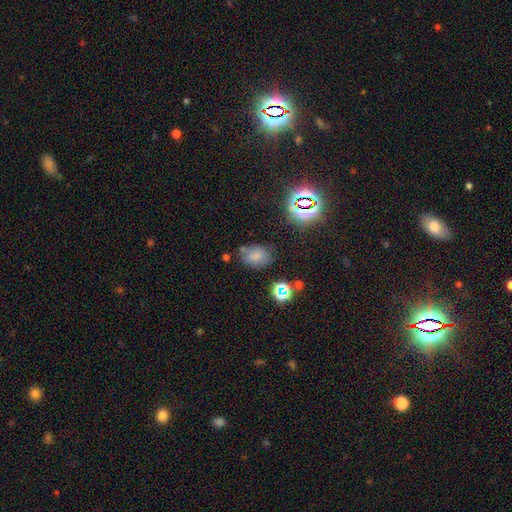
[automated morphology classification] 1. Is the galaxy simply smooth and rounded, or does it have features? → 69% smooth, 19% star or artifact, 11% featured or disk.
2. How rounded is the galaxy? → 67% in between, 32% round, 1% cigar-shaped.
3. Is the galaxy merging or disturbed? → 66% none, 20% minor disturbance, 7% merger, 7% major disturbance.